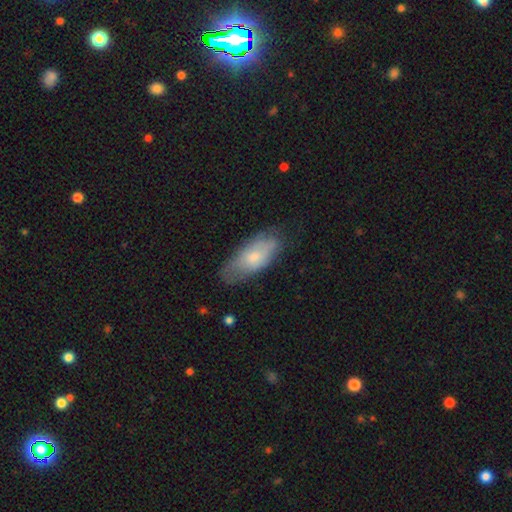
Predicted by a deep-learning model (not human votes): This is likely a smooth galaxy (62%). How rounded: clearly in between (84%). Merging: likely none (65%).